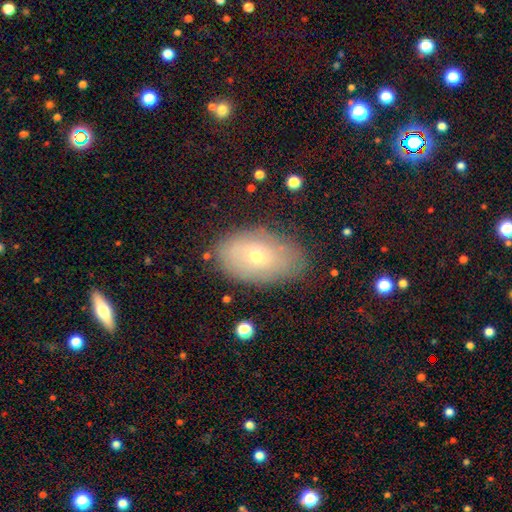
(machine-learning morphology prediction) Smooth or featured? smooth (56%)
How rounded? in between (89%)
Merging? none (76%)